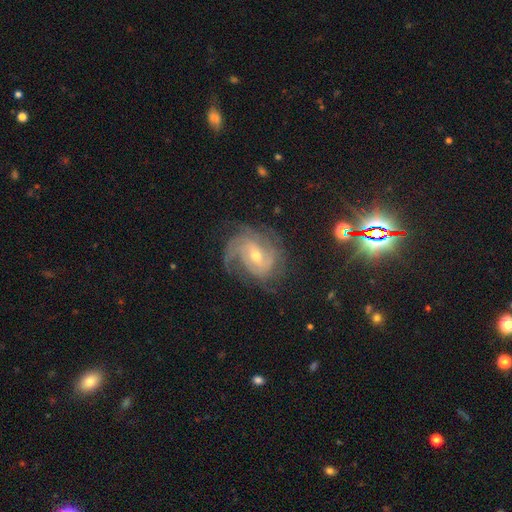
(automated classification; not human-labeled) Morphology: type=featured or disk (86%); edge-on=no (97%); bar=weak (46%); spiral arms=yes (97%); winding=tight (56%); arm count=3 (31%); bulge=moderate (53%); merging=none (69%).